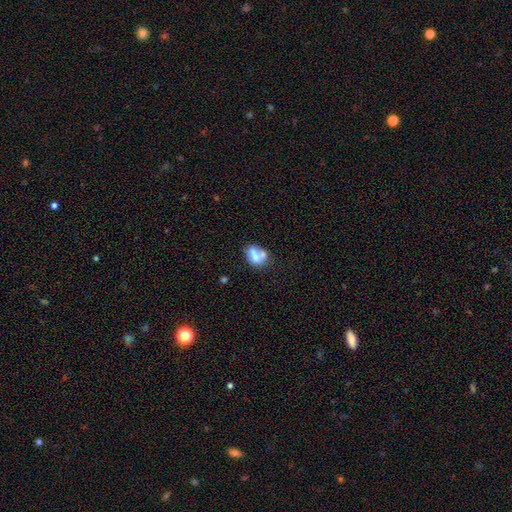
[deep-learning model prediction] A smooth galaxy with no disk features (63%) that is in between round and cigar-shaped (69%).

Vote fractions:
- Smooth or featured? smooth: 63% / featured or disk: 27% / star or artifact: 10%
- How rounded? in between: 69% / round: 29% / cigar-shaped: 3%
- Merging? merger: 46% / none: 30% / minor disturbance: 15% / major disturbance: 9%